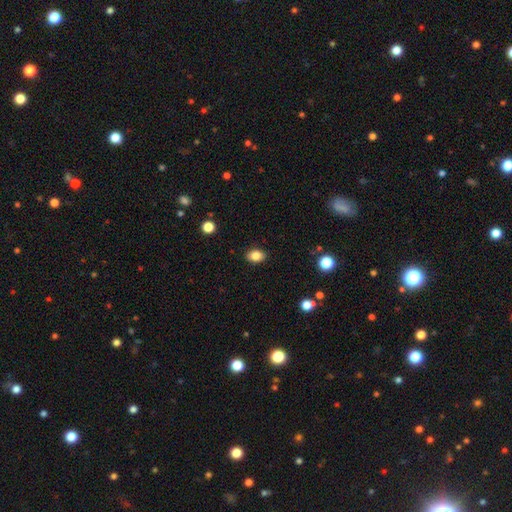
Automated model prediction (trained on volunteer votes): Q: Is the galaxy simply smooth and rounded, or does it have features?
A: smooth — 85%.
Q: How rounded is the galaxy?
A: in between — 80%.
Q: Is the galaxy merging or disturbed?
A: none — 89%.